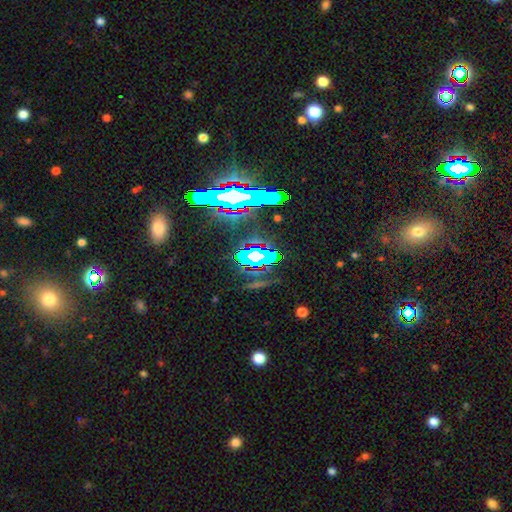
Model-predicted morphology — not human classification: Smooth or featured? star or artifact (49%)